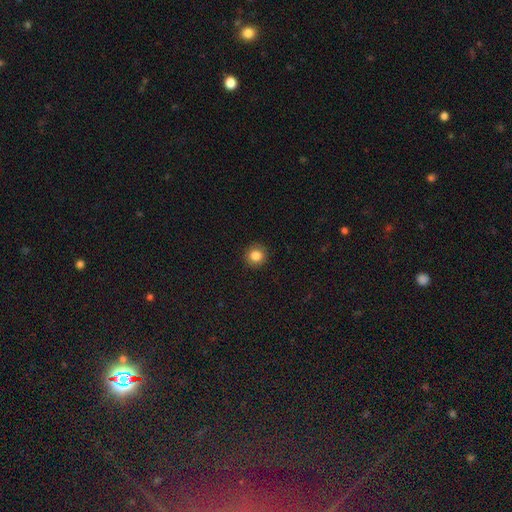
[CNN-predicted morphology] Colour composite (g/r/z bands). It shows a smooth galaxy with no disk features (84%) that is round (91%). Merging: none (90%).